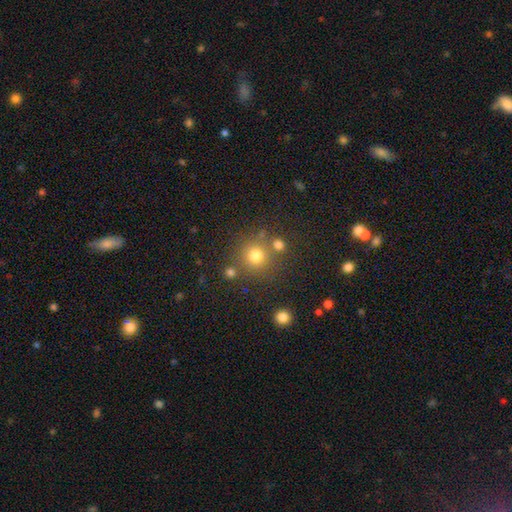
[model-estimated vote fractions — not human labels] The model was most divided on "smooth or featured": smooth: 76%, star or artifact: 16%, featured or disk: 7%. More confident: how rounded — round (93%); merging — none (76%).